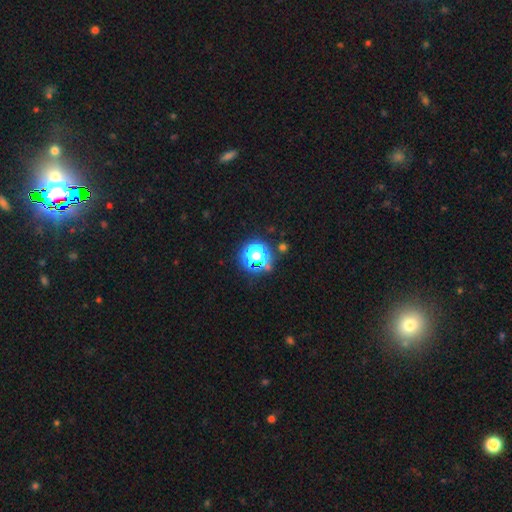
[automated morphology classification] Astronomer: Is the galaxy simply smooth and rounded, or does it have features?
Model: smooth — 50% (runner-up: star or artifact, 38%).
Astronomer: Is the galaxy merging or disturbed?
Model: none — 69%.